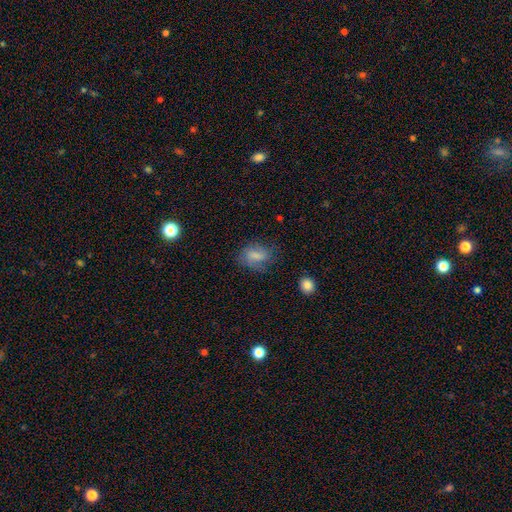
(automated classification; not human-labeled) This is likely a smooth galaxy (69%). How rounded: likely in between (77%). Merging: likely none (62%).